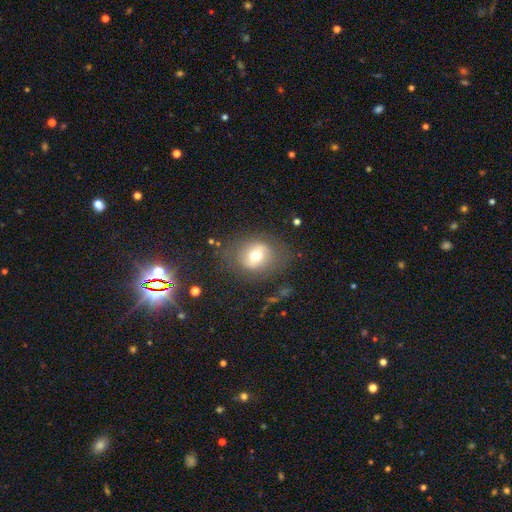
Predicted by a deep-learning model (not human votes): Smooth or featured? smooth (58%)
How rounded? round (59%)
Merging? none (69%)